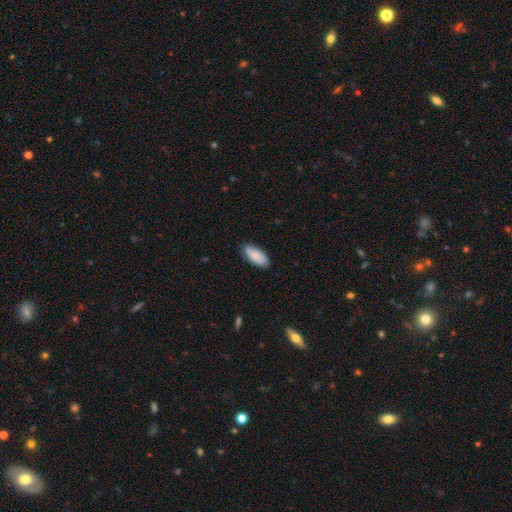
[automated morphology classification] Smooth or featured? smooth (88%)
How rounded? in between (86%)
Merging? none (85%)